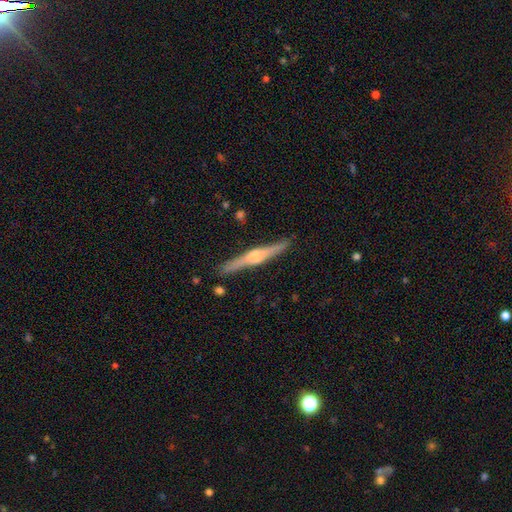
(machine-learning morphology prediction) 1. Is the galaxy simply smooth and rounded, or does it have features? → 77% featured or disk, 18% smooth, 5% star or artifact.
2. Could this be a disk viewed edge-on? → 98% yes, 2% no.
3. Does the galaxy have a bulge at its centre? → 87% rounded, 8% boxy, 5% none.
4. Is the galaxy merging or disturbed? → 89% none, 8% minor disturbance, 2% major disturbance, 2% merger.